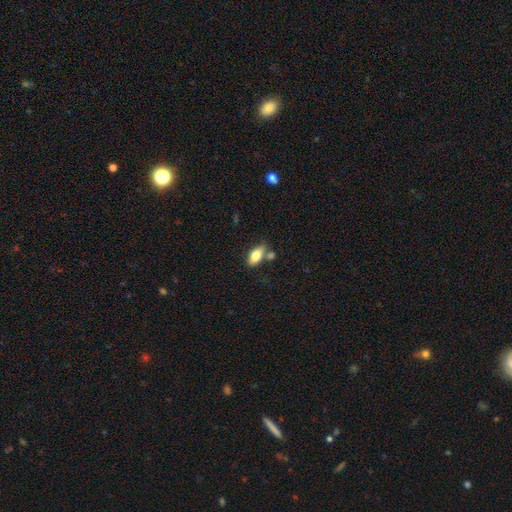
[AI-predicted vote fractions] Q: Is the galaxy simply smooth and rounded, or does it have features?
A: smooth — 77%.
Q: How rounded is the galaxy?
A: in between — 87%.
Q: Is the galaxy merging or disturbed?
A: none — 62%.